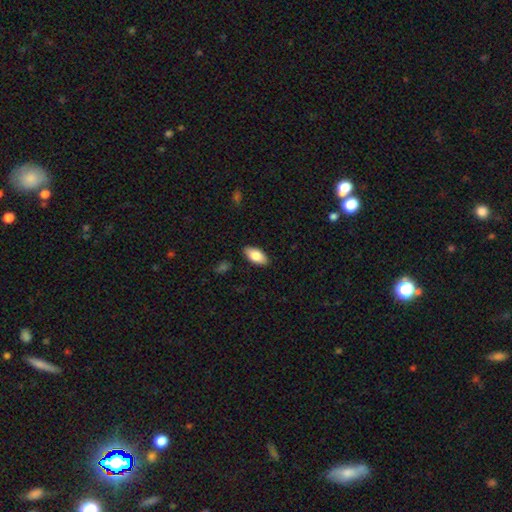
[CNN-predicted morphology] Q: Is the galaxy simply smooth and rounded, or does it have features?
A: smooth — 82%.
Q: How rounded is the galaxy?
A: in between — 91%.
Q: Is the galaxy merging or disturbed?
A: none — 88%.